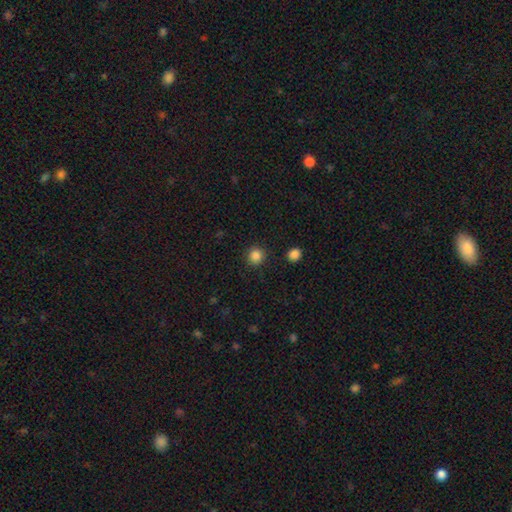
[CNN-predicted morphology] type=smooth (86%); roundness=round (92%); merging=none (90%).